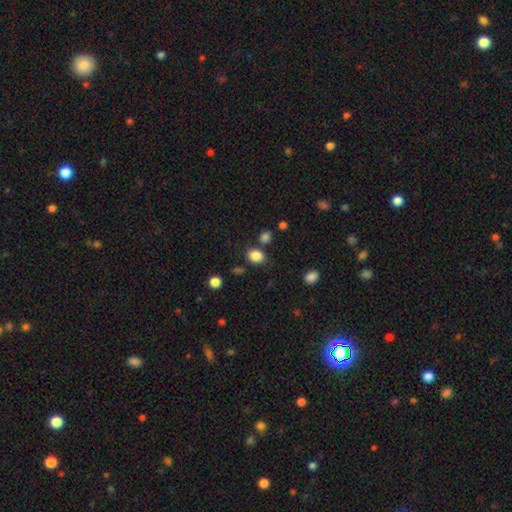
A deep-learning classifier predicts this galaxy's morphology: smooth 85%, star or artifact 11%, featured or disk 4%. Down the decision tree: how rounded — in between (58%); merging — none (76%).